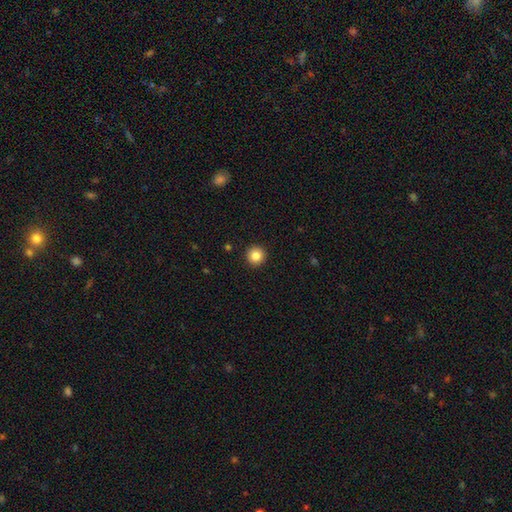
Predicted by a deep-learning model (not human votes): Morphology: type=smooth (85%); roundness=round (96%); merging=none (93%).